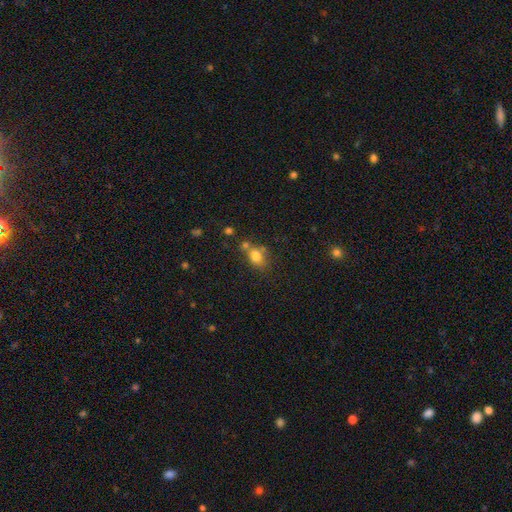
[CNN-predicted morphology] Smooth or featured? Predicted: smooth (p=0.77). How rounded? Predicted: in between (p=0.63). Merging? Predicted: none (p=0.47).